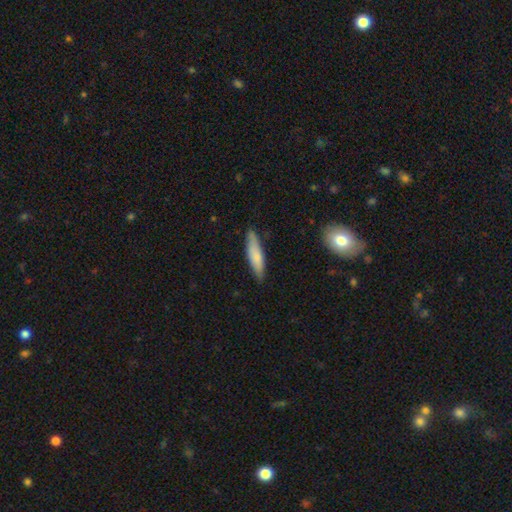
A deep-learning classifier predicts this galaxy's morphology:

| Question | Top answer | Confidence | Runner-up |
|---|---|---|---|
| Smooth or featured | smooth | 76% | featured or disk (18%) |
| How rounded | cigar-shaped | 75% | in between (24%) |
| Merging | none | 81% | minor disturbance (15%) |